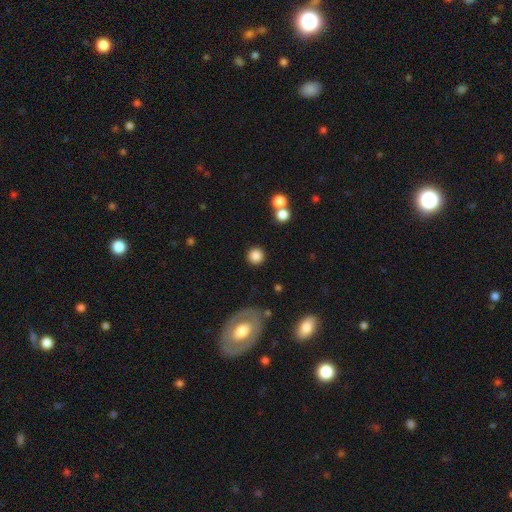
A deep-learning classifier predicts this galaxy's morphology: Smooth or featured: smooth — 84% (star or artifact — 10%)
How rounded: round — 94% (in between — 5%)
Merging: none — 88% (minor disturbance — 6%)